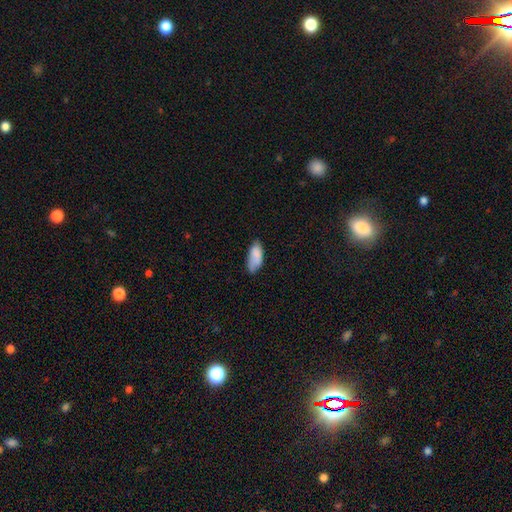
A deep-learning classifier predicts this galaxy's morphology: This appears to be a smooth galaxy with no disk features (82%) that is in between round and cigar-shaped (89%). Merging: none (59%).